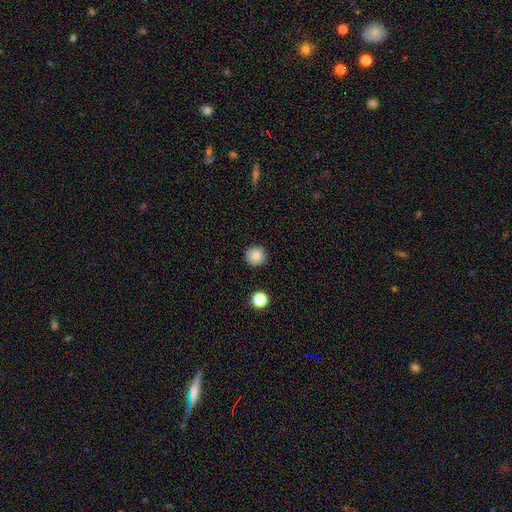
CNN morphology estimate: Smooth or featured: smooth — 86% (star or artifact — 10%)
How rounded: round — 96% (in between — 3%)
Merging: none — 92% (minor disturbance — 5%)